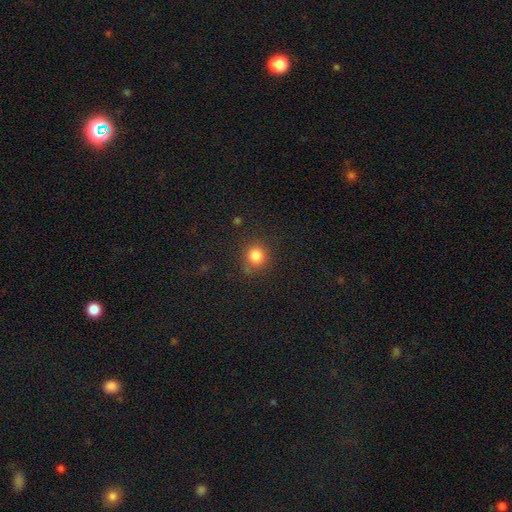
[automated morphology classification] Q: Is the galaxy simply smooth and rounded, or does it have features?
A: smooth — 83%.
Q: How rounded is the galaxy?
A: round — 88%.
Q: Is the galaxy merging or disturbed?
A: none — 80%.